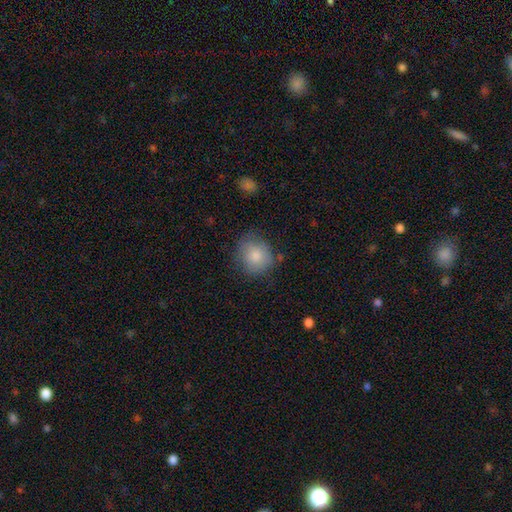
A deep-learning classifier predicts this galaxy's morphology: A smooth galaxy with no disk features (83%) that is round (80%). Merging: none (70%).